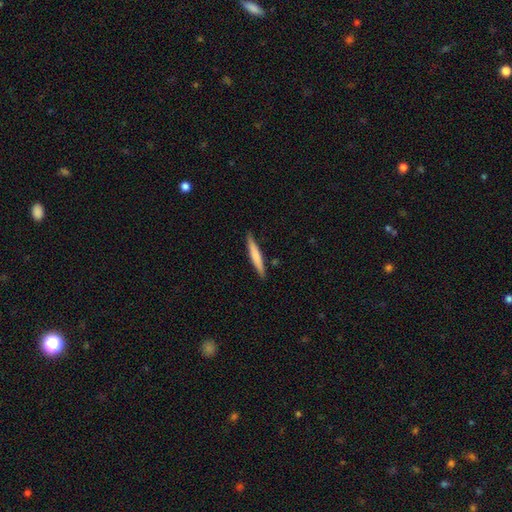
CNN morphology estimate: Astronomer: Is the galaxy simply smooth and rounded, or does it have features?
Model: smooth — 66%.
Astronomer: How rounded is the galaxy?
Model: cigar-shaped — 94%.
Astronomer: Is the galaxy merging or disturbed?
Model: none — 89%.